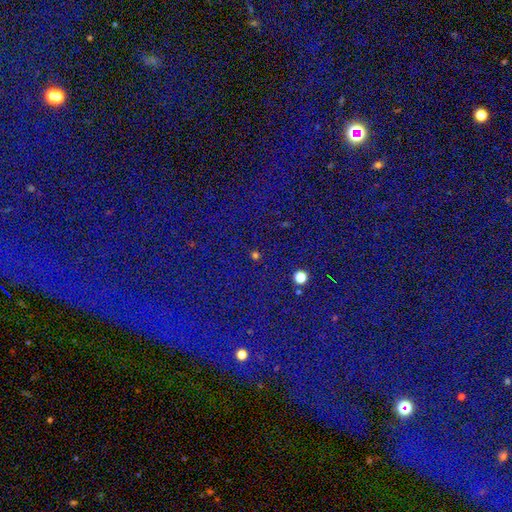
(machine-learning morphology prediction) Q: Smooth or featured?
A: star or artifact (74%); runner-up: smooth (19%)